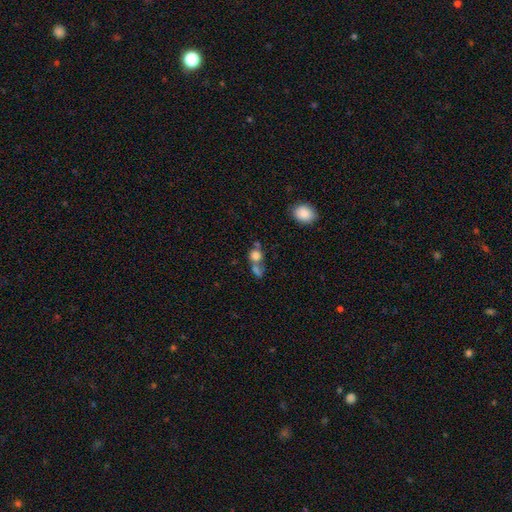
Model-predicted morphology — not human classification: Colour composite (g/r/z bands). It shows a smooth galaxy with no disk features (77%) that is round (79%). Merging: merger (48%).